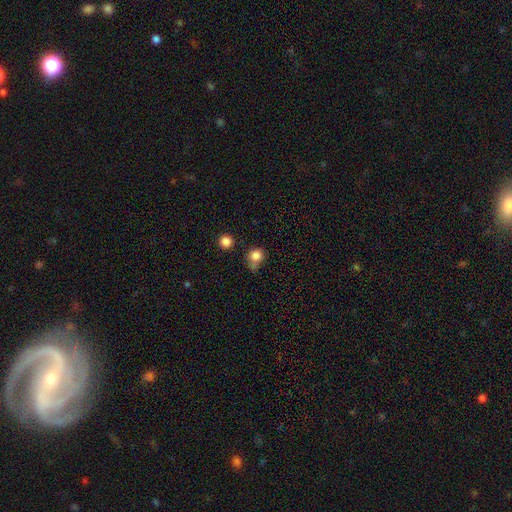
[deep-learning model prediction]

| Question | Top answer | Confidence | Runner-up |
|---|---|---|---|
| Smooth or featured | smooth | 82% | star or artifact (12%) |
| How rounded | round | 85% | in between (14%) |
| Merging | none | 58% | minor disturbance (18%) |